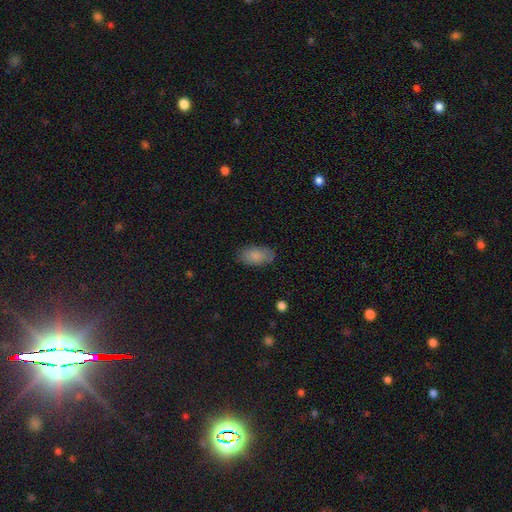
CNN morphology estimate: Overall: smooth (85%). How rounded: in between (93%). Merging: none (83%).